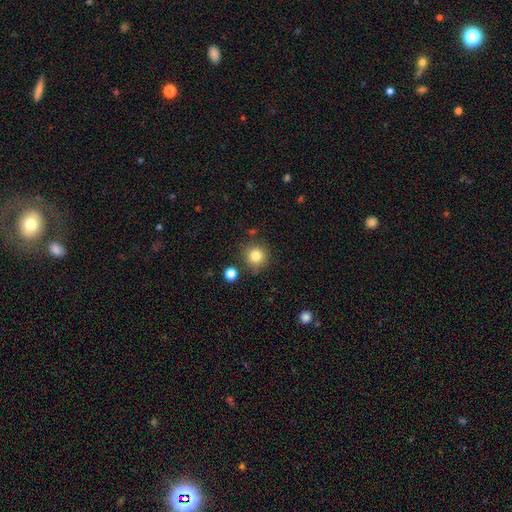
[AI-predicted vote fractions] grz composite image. It shows a smooth galaxy with no disk features (81%) that is round (94%). Merging: none (82%).